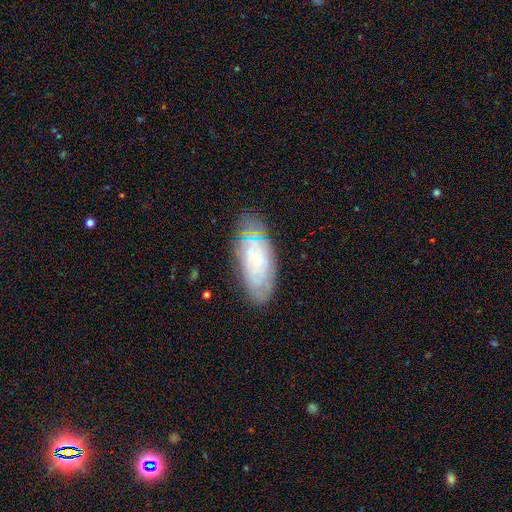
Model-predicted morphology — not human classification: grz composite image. It shows a featured or disk galaxy (51%). Merging: none (80%).